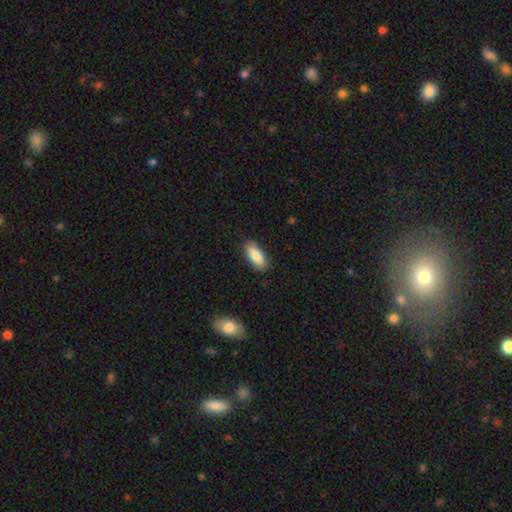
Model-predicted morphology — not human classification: Smooth or featured? Predicted: smooth (p=0.87). How rounded? Predicted: in between (p=0.84). Merging? Predicted: none (p=0.86).